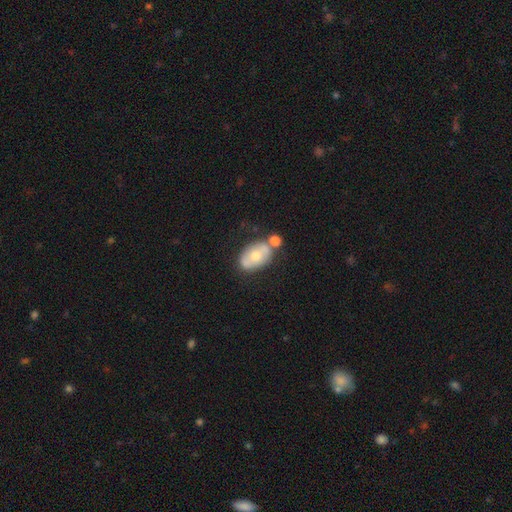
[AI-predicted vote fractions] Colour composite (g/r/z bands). It shows a smooth galaxy with no disk features (54%) that is in between round and cigar-shaped (86%). Merging: none (51%).